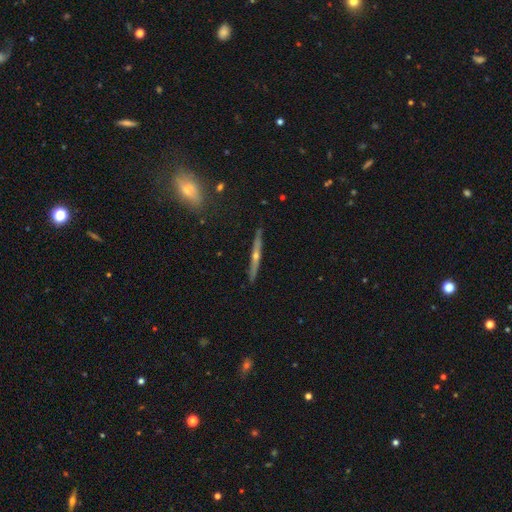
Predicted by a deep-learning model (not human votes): featured or disk 75%, smooth 18%, star or artifact 7%. Down the decision tree: edge-on disk — yes (97%); edge-on bulge — rounded (86%); merging — none (90%).